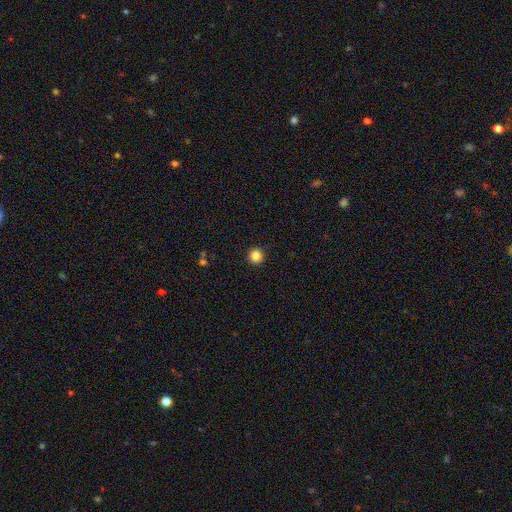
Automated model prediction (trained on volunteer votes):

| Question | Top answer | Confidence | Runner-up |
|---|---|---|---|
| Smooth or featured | smooth | 86% | star or artifact (11%) |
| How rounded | round | 96% | in between (3%) |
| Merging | none | 93% | minor disturbance (4%) |